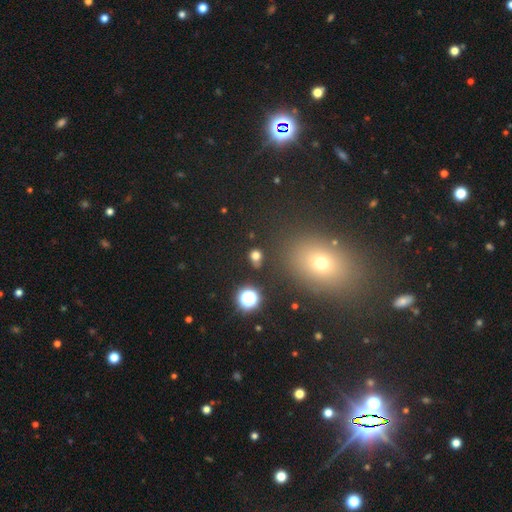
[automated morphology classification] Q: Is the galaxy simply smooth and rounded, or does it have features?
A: smooth — 68%.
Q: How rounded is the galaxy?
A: round — 55%.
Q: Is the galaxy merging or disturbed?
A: none — 73%.